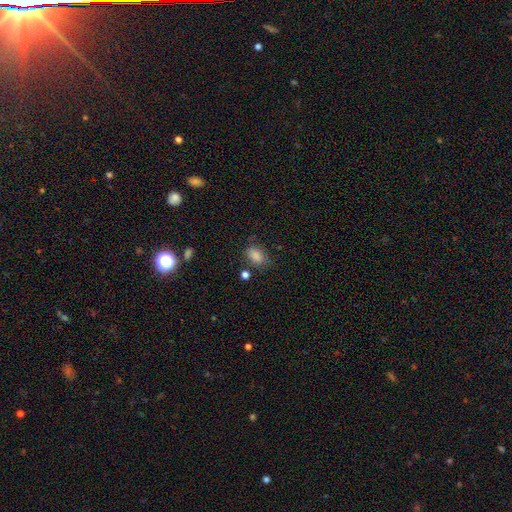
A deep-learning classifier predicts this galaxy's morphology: smooth 85%, star or artifact 10%, featured or disk 5%. Down the decision tree: how rounded — in between (83%); merging — none (72%).